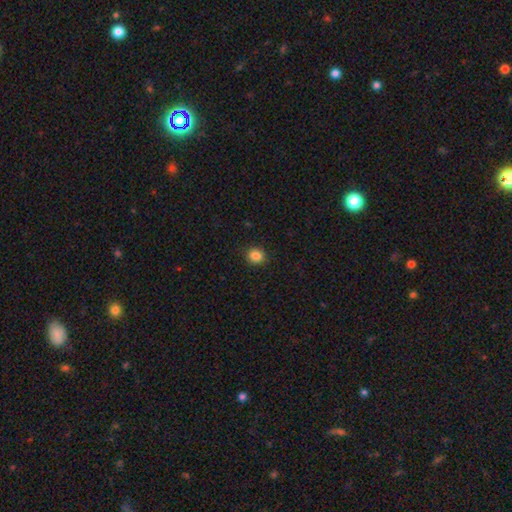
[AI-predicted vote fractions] Overall: smooth (86%). How rounded: round (83%). Merging: none (91%).